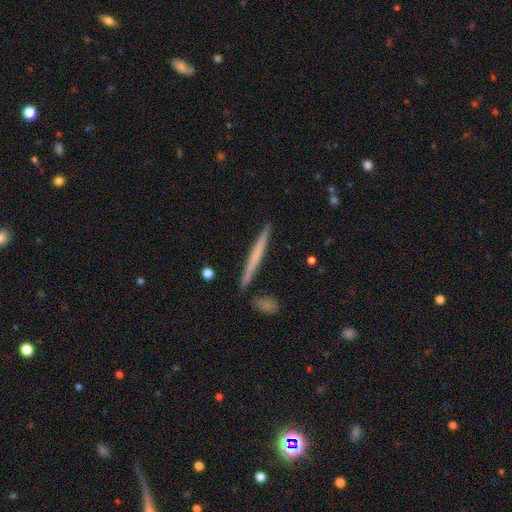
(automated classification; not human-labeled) Smooth or featured? Predicted: smooth (p=0.48). Merging? Predicted: none (p=0.88).